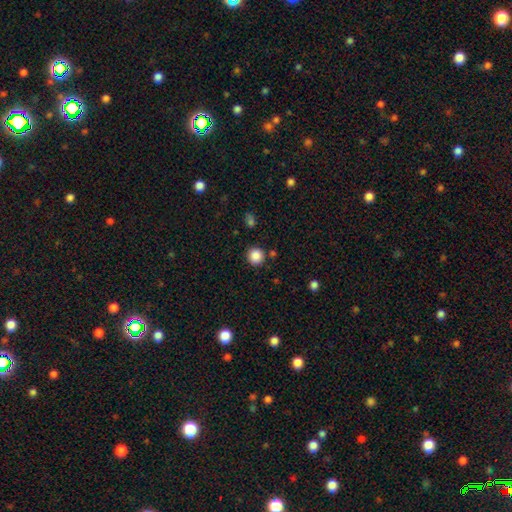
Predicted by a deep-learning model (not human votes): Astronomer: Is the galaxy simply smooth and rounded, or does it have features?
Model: smooth — 87%.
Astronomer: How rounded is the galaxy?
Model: round — 93%.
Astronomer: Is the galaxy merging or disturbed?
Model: none — 87%.